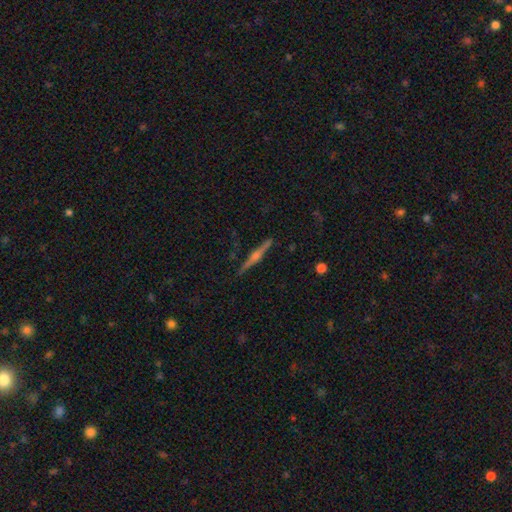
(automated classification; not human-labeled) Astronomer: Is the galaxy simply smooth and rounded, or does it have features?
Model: featured or disk — 80%.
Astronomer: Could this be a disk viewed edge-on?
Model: yes — 99%.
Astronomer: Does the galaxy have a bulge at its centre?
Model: rounded — 86%.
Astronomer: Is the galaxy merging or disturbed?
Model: none — 91%.